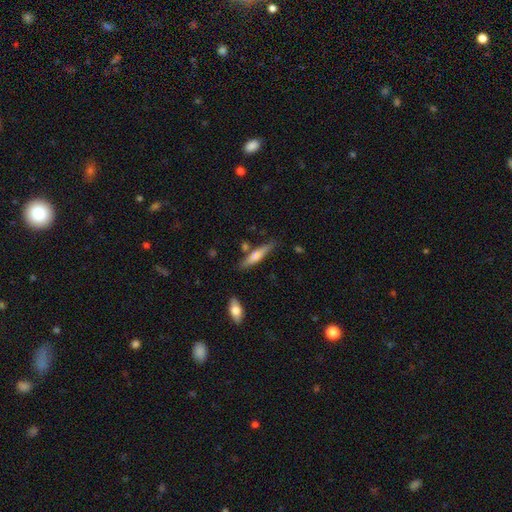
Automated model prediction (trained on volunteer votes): A smooth galaxy with no disk features (57%) that is cigar-shaped (84%). Merging: none (75%).